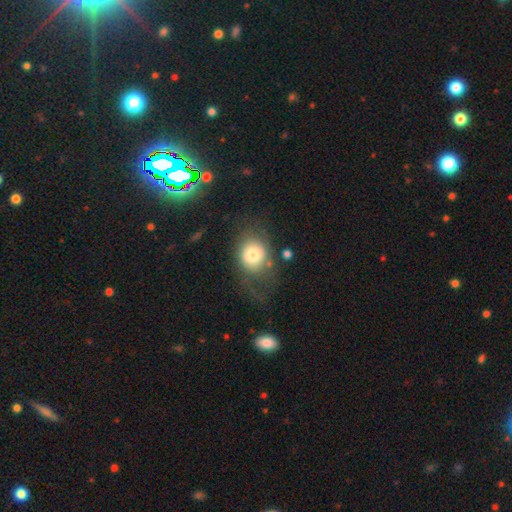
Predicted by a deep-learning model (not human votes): The model was most divided on "how rounded": round: 61%, in between: 38%, cigar-shaped: 1%. More confident: smooth or featured — smooth (72%); merging — none (53%).